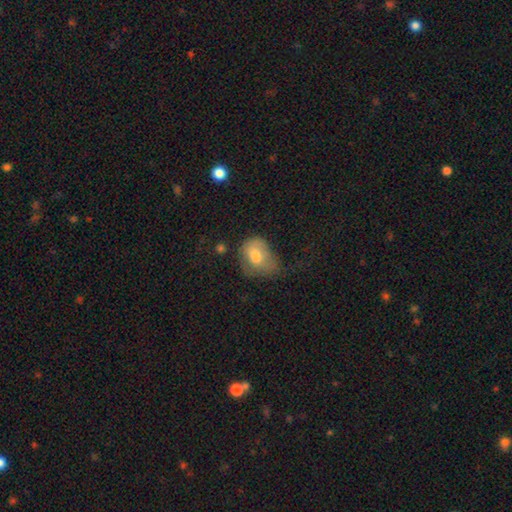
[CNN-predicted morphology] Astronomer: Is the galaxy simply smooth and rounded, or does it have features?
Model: smooth — 71%.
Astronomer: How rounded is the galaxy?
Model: in between — 67%.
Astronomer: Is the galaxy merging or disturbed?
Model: minor disturbance — 38% (runner-up: major disturbance, 31%).